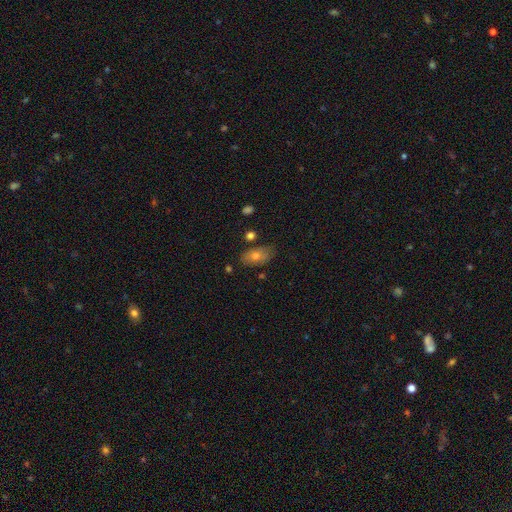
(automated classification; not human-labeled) smooth-or-featured: smooth: 65% | featured or disk: 23% | star or artifact: 12%
  how-rounded: in between: 88% | round: 8% | cigar-shaped: 3%
  merging: none: 77% | minor disturbance: 16% | merger: 4% | major disturbance: 3%